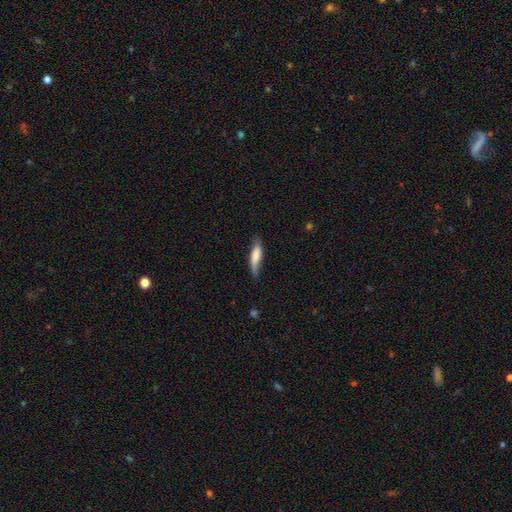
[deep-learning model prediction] Smooth or featured? smooth (70%)
How rounded? cigar-shaped (68%)
Merging? none (59%)